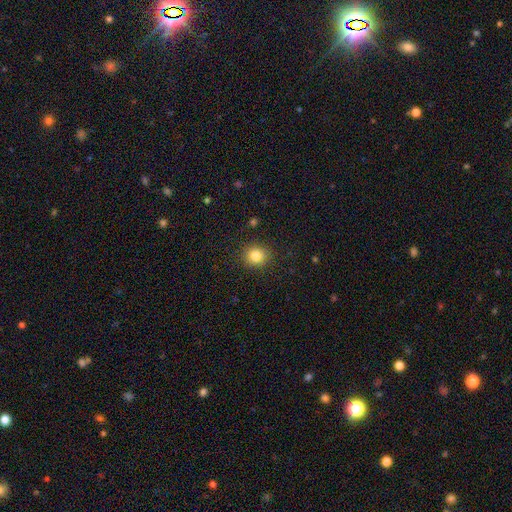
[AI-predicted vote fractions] Smooth or featured: smooth — 83% (star or artifact — 11%)
How rounded: round — 87% (in between — 12%)
Merging: none — 90% (minor disturbance — 6%)